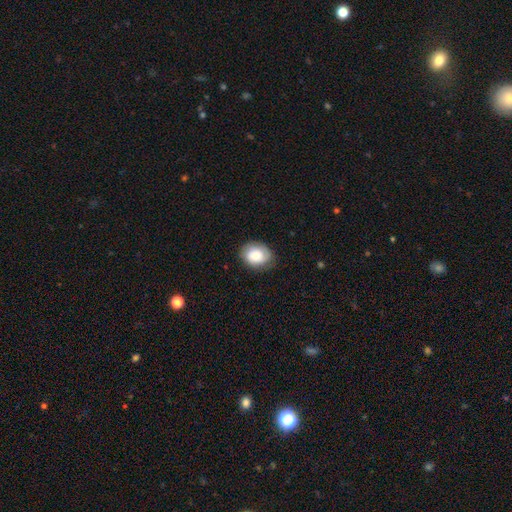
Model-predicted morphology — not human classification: Overall: smooth (69%). How rounded: in between (56%; round 43%). Merging: none (77%).